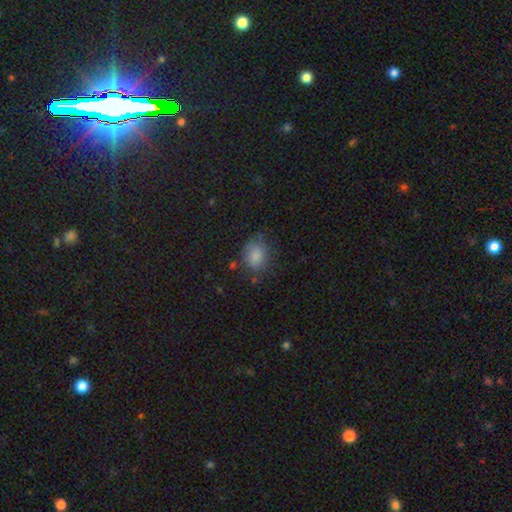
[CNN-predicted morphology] Overall: smooth (82%). How rounded: in between (56%; round 43%). Merging: none (66%).